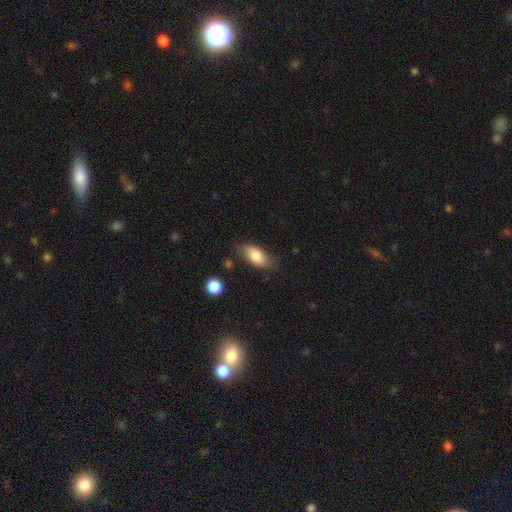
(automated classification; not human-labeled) Q: Smooth or featured?
A: smooth (81%); runner-up: featured or disk (12%)
Q: How rounded?
A: in between (90%); runner-up: cigar-shaped (7%)
Q: Merging?
A: none (72%); runner-up: minor disturbance (21%)